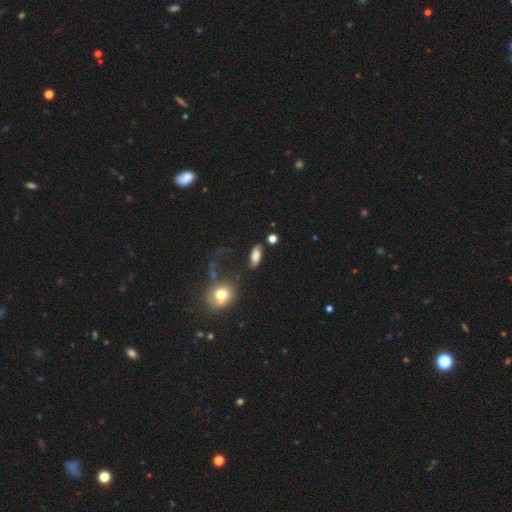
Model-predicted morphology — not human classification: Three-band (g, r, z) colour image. It shows a smooth galaxy with no disk features (73%) that is in between round and cigar-shaped (79%). Merging: none (65%).